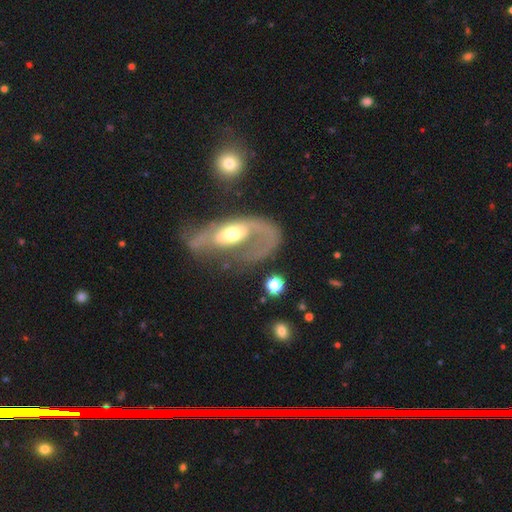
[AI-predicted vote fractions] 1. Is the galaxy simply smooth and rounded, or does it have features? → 78% featured or disk, 14% smooth, 8% star or artifact.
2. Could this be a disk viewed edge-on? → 93% no, 7% yes.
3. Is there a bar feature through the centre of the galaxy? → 45% no, 32% weak, 24% strong.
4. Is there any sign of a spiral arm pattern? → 78% yes, 22% no.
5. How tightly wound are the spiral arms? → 41% medium, 36% loose, 24% tight.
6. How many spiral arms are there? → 52% 2, 33% 1, 11% can't tell, 2% 3, 1% 4, 1% more than 4.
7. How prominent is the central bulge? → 68% moderate, 23% small, 7% large, 1% none, 1% dominant.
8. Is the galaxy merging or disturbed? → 40% none, 33% major disturbance, 20% minor disturbance, 8% merger.